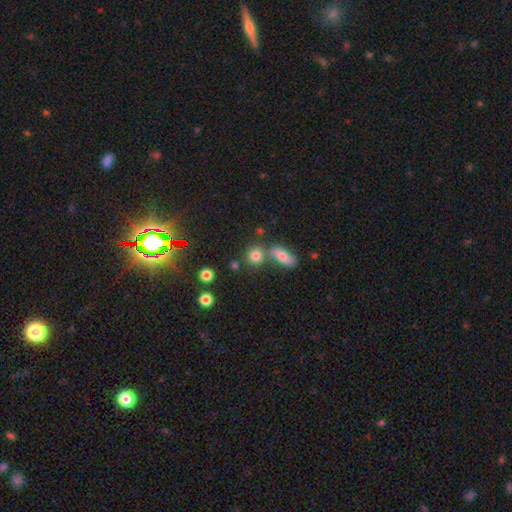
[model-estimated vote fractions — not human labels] smooth 79%, star or artifact 12%, featured or disk 9%. Down the decision tree: how rounded — round (79%); merging — none (61%).